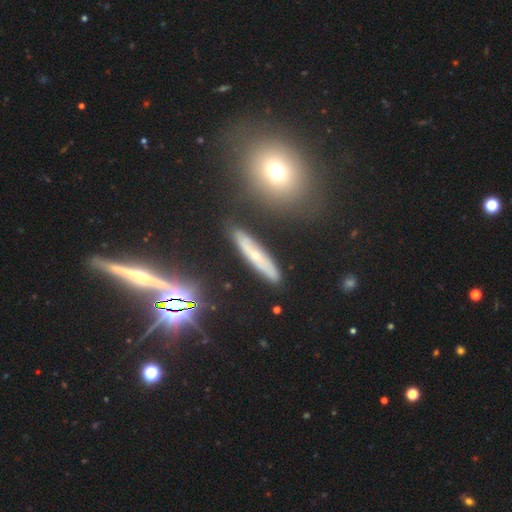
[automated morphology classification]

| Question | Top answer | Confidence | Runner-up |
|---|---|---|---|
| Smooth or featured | featured or disk | 50% | smooth (34%) |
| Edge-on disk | yes | 63% | no (37%) |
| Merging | none | 84% | minor disturbance (11%) |